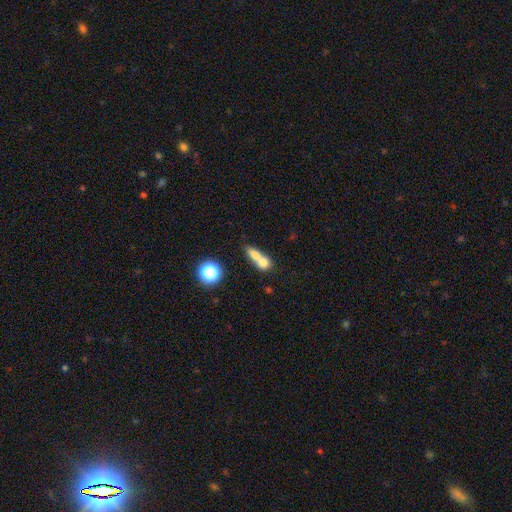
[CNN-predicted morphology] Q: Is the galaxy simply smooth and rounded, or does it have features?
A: smooth — 69%.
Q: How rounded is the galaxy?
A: in between — 44%.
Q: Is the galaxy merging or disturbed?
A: merger — 64%.